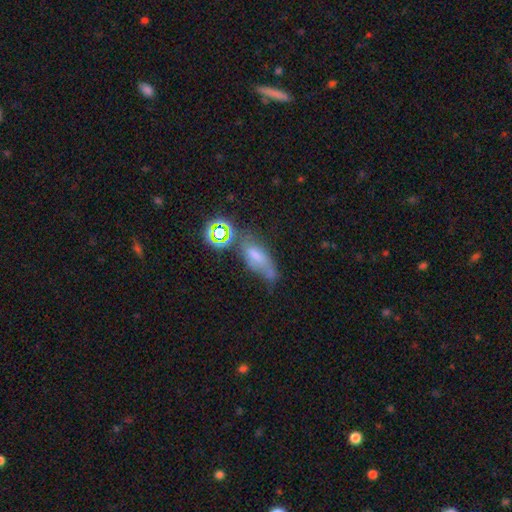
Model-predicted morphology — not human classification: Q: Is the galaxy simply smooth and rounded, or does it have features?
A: smooth — 47%.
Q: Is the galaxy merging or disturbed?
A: none — 41%.